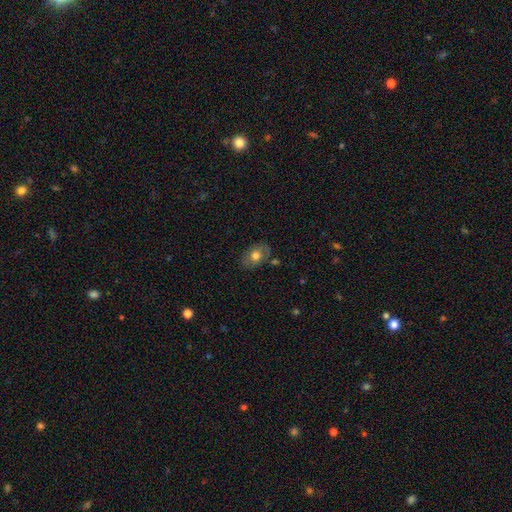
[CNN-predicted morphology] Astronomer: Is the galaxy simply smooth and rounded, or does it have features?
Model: smooth — 68%.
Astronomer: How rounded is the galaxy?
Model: in between — 79%.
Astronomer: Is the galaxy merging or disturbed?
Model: none — 75%.